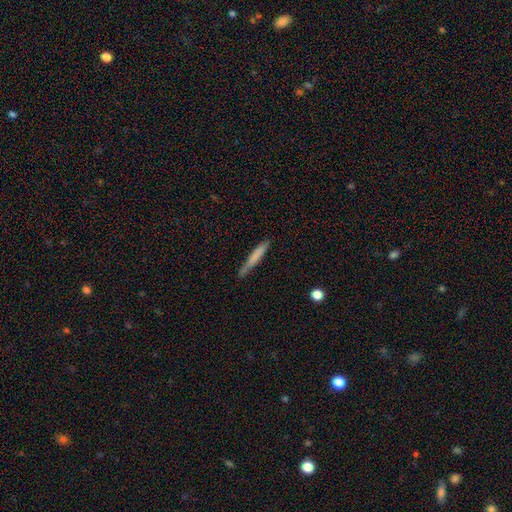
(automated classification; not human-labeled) Smooth or featured? Predicted: smooth (p=0.68). How rounded? Predicted: cigar-shaped (p=0.95). Merging? Predicted: none (p=0.77).